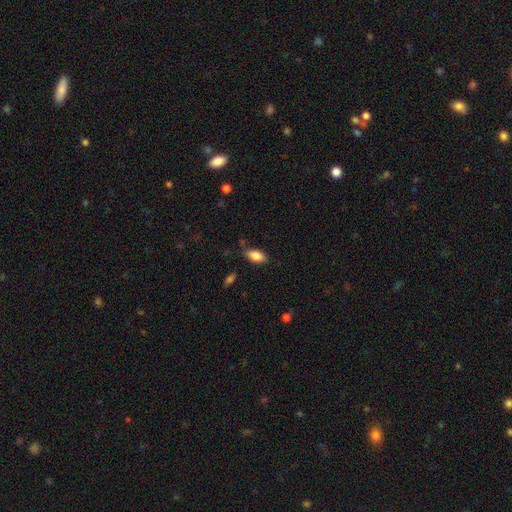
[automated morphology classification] This is clearly a smooth galaxy (84%). How rounded: clearly in between (90%). Merging: likely none (80%).